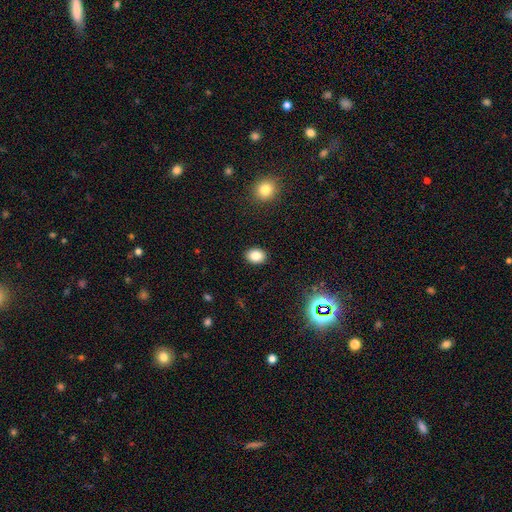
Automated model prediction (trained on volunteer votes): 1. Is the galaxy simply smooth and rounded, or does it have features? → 84% smooth, 10% star or artifact, 6% featured or disk.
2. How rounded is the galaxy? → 60% in between, 39% round, 1% cigar-shaped.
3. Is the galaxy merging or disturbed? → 90% none, 7% minor disturbance, 2% major disturbance, 1% merger.